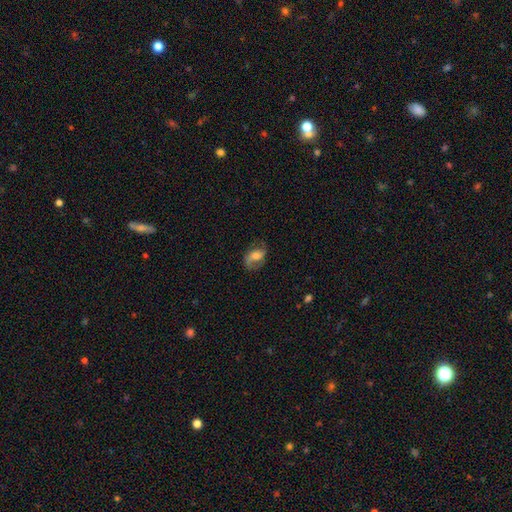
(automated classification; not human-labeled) This appears to be a featured or disk galaxy (54%) with no bar (43%), spiral arms (85%) and a moderate central bulge (59%). Merging: none (69%).